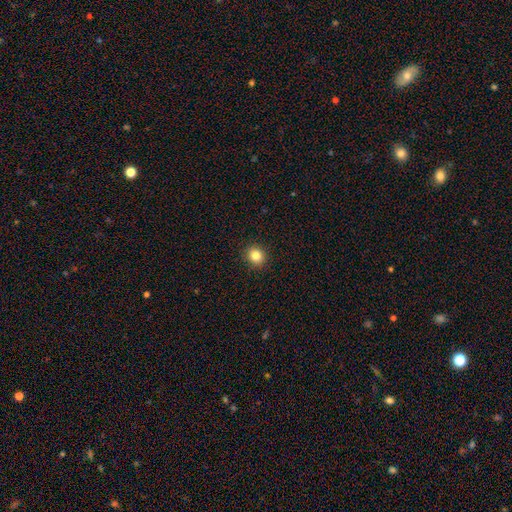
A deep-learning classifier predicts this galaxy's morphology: A smooth galaxy with no disk features (84%) that is round (85%). Merging: none (92%).